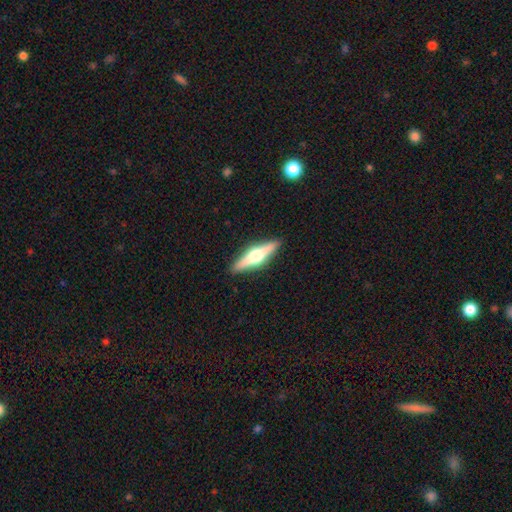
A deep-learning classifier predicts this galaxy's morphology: Smooth or featured?
  - featured or disk: 70% *
  - smooth: 25%
  - star or artifact: 5%
Edge-on disk?
  - yes: 97% *
  - no: 3%
Edge-on bulge?
  - rounded: 93% *
  - boxy: 5%
  - none: 2%
Merging?
  - none: 91% *
  - minor disturbance: 7%
  - major disturbance: 2%
  - merger: 1%